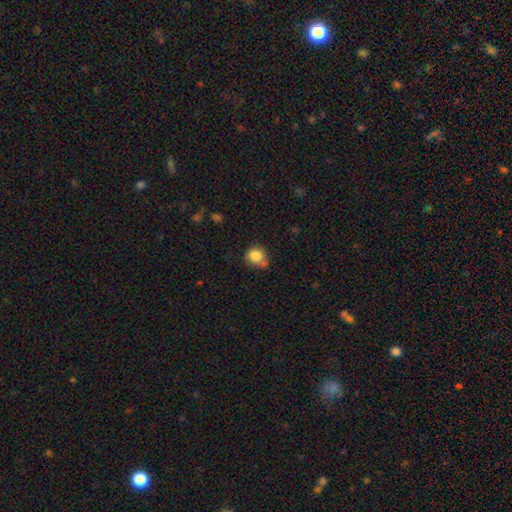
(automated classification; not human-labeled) Q: Smooth or featured?
A: smooth (84%); runner-up: star or artifact (9%)
Q: How rounded?
A: round (68%); runner-up: in between (31%)
Q: Merging?
A: none (53%); runner-up: minor disturbance (27%)